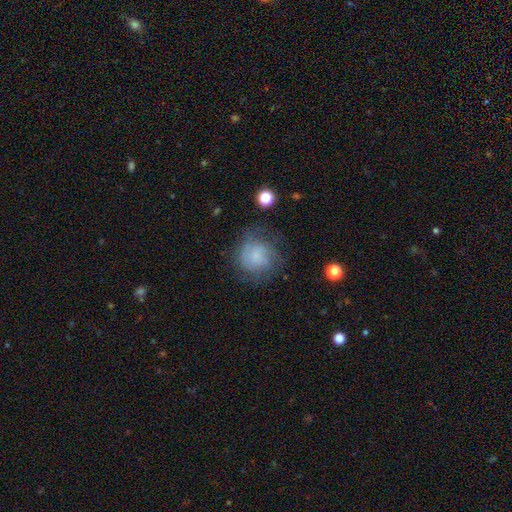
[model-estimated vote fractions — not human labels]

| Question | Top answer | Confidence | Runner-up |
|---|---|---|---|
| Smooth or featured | smooth | 51% | featured or disk (37%) |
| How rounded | round | 86% | in between (13%) |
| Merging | none | 60% | minor disturbance (22%) |